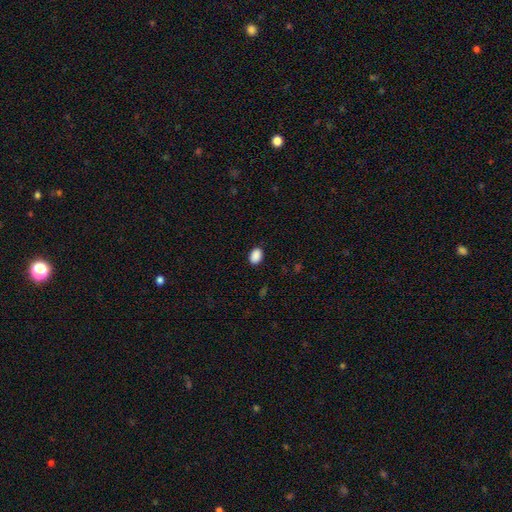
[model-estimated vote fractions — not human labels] smooth_or_featured: smooth (p=0.90) [alt: star or artifact p=0.08]
how_rounded: in between (p=0.81) [alt: round p=0.17]
merging: none (p=0.88) [alt: minor disturbance p=0.09]